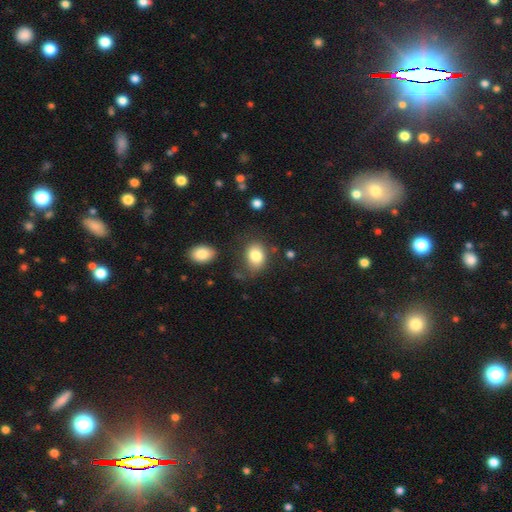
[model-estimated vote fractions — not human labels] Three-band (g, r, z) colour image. It shows a smooth galaxy with no disk features (82%) that is in between round and cigar-shaped (65%). Merging: none (68%).